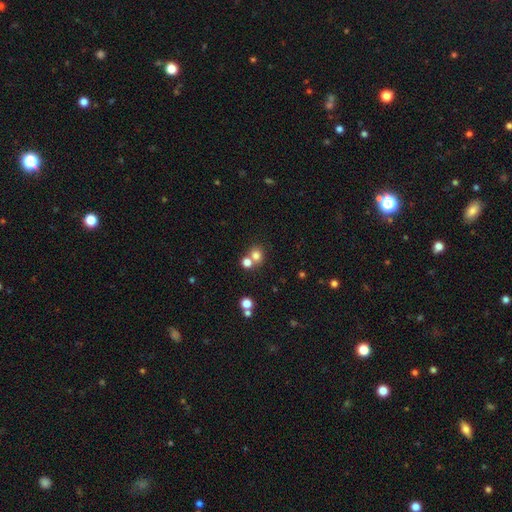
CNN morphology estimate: Smooth or featured? smooth (76%)
How rounded? round (79%)
Merging? none (51%)